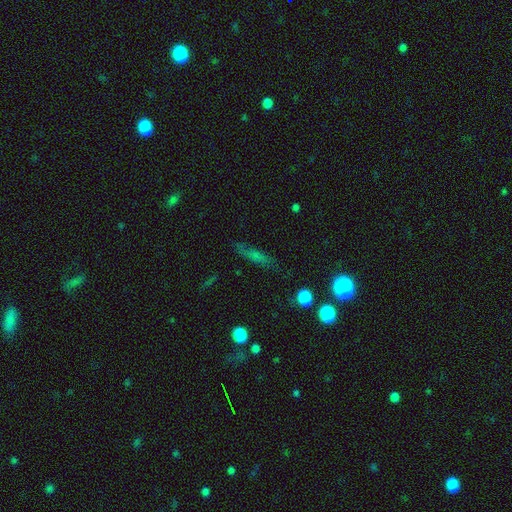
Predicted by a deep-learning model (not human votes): Smooth or featured? smooth (52%)
How rounded? cigar-shaped (71%)
Merging? none (76%)